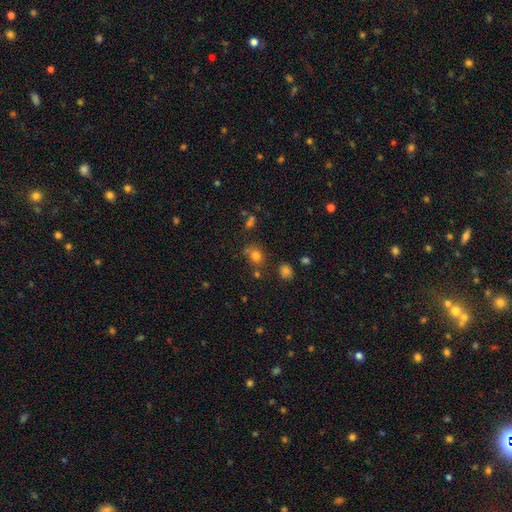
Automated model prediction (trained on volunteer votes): Smooth or featured?
  - smooth: 75% *
  - star or artifact: 18%
  - featured or disk: 7%
How rounded?
  - round: 76% *
  - in between: 23%
  - cigar-shaped: 1%
Merging?
  - none: 67% *
  - minor disturbance: 14%
  - merger: 14%
  - major disturbance: 5%